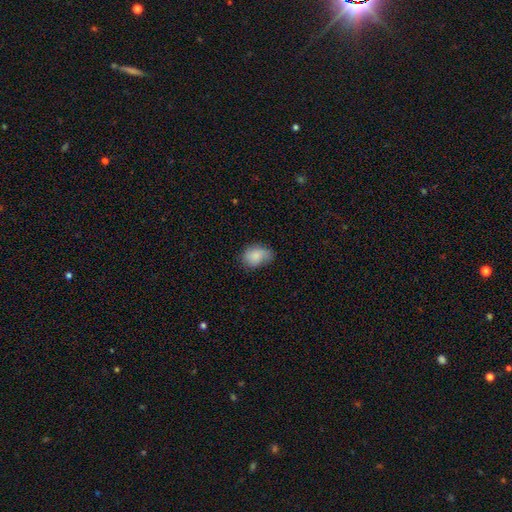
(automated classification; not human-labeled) smooth_or_featured: smooth (p=0.83) [alt: featured or disk p=0.09]
how_rounded: in between (p=0.76) [alt: round p=0.23]
merging: none (p=0.54) [alt: minor disturbance p=0.34]